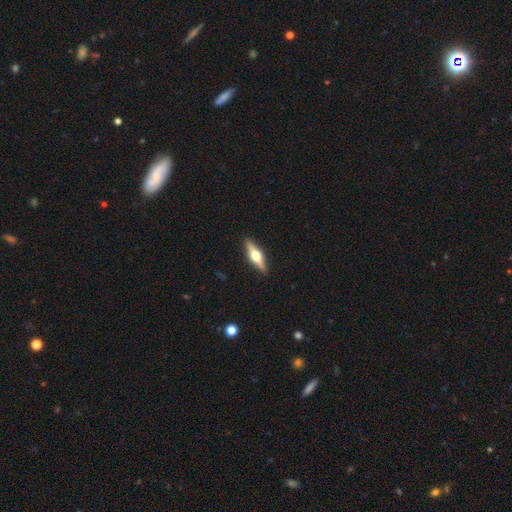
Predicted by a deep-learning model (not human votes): Overall: featured or disk (66%; smooth 28%). Edge-on disk: yes (96%). Edge-on bulge: rounded (96%). Merging: none (91%).